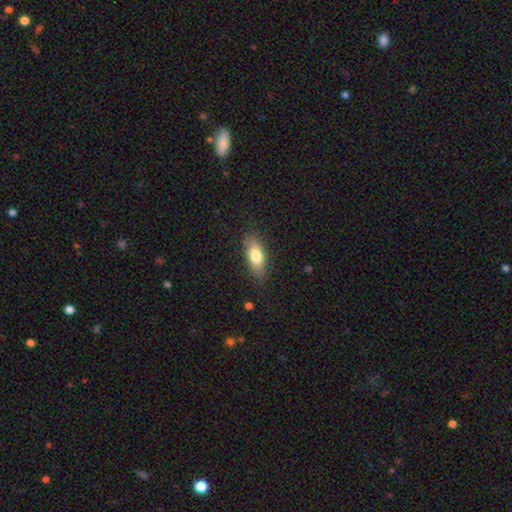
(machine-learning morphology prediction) This is likely a smooth galaxy (76%). How rounded: likely in between (78%). Merging: clearly none (82%).